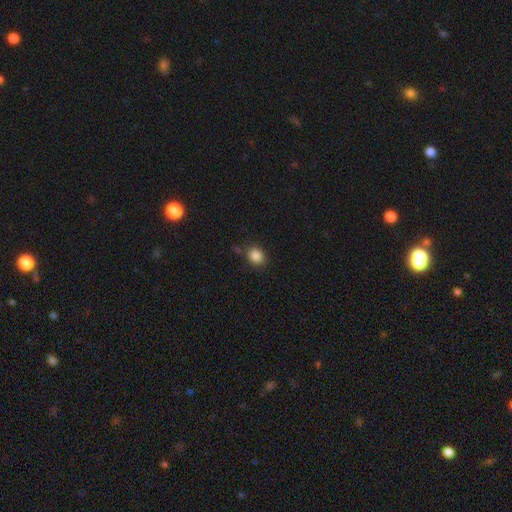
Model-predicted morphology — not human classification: Smooth or featured: smooth — 86% (star or artifact — 10%)
How rounded: round — 66% (in between — 33%)
Merging: none — 78% (minor disturbance — 13%)